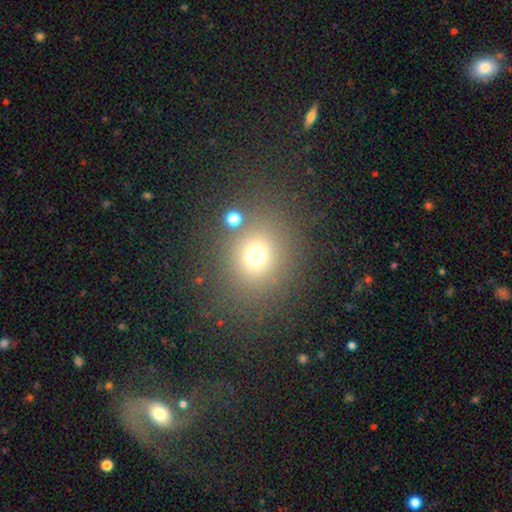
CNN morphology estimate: The model was most divided on "smooth or featured": smooth: 69%, star or artifact: 22%, featured or disk: 10%. More confident: how rounded — round (81%); merging — none (77%).